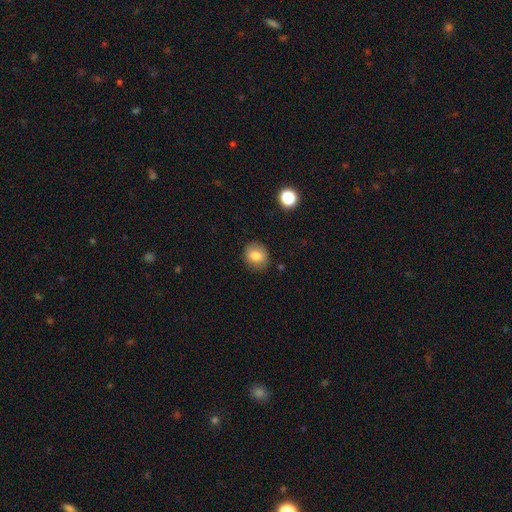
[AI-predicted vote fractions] This is clearly a smooth galaxy (82%). How rounded: likely round (75%). Merging: clearly none (85%).